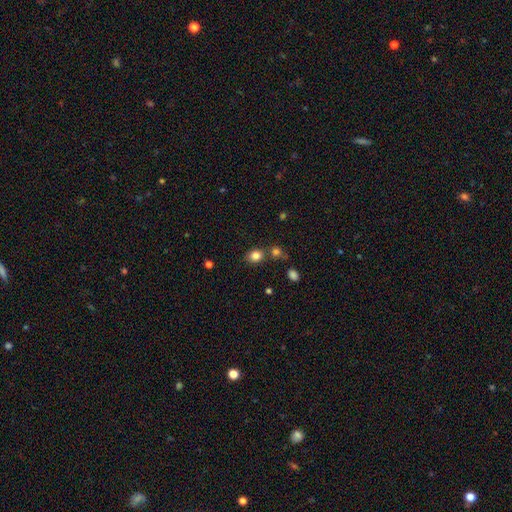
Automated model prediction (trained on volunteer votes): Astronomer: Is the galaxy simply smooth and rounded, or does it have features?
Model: smooth — 83%.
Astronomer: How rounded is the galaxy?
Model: round — 54% (runner-up: in between, 45%).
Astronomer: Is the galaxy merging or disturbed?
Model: none — 70%.